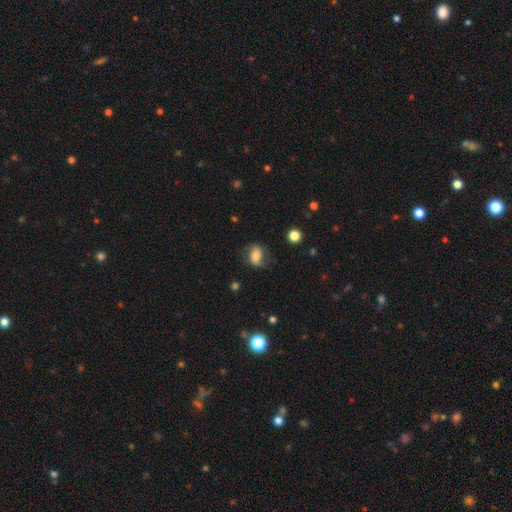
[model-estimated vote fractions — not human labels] A smooth galaxy with no disk features (58%) that is in between round and cigar-shaped (72%).

Vote fractions:
- Smooth or featured? smooth: 58% / featured or disk: 32% / star or artifact: 9%
- How rounded? in between: 72% / round: 25% / cigar-shaped: 3%
- Merging? none: 68% / minor disturbance: 21% / major disturbance: 9% / merger: 2%